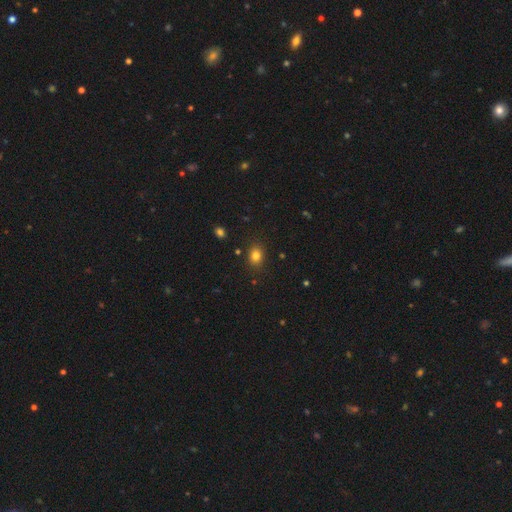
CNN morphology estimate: Overall: smooth (81%). How rounded: in between (54%; round 45%). Merging: none (86%).